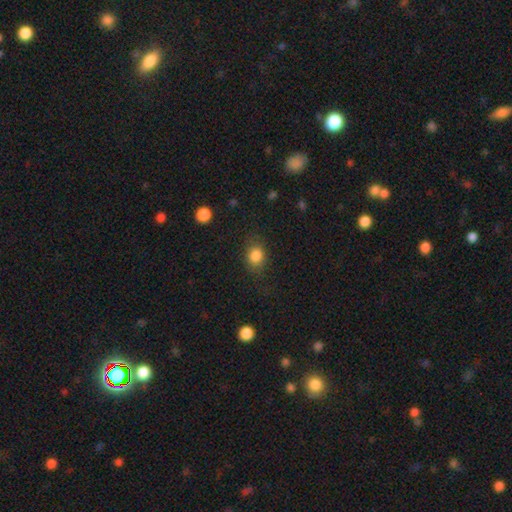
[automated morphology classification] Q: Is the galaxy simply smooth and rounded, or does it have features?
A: smooth — 84%.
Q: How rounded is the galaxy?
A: round — 50%.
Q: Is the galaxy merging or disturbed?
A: none — 74%.